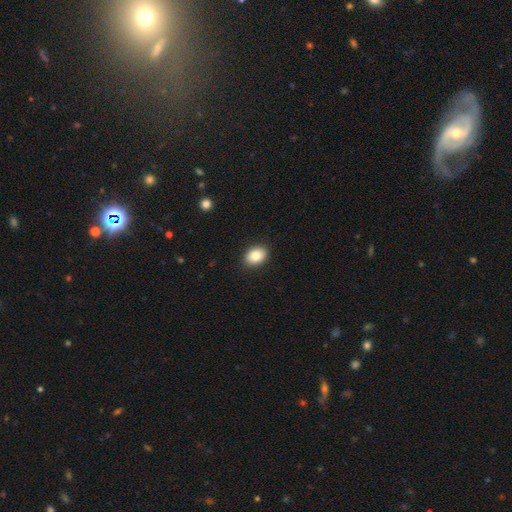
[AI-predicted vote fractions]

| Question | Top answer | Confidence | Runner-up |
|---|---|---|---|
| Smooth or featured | smooth | 86% | star or artifact (8%) |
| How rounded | in between | 77% | round (22%) |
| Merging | none | 90% | minor disturbance (7%) |